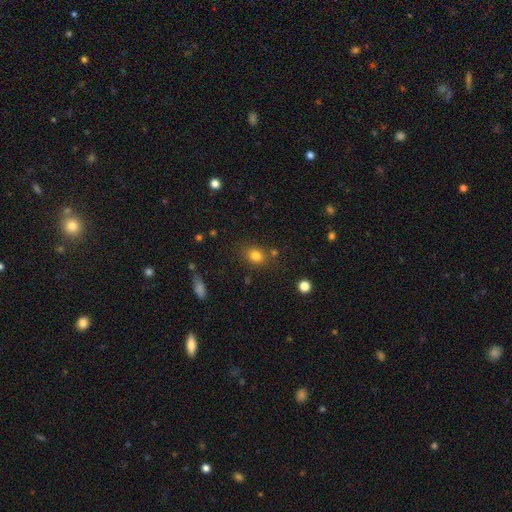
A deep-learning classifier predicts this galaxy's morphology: smooth 80%, star or artifact 13%, featured or disk 8%. Down the decision tree: how rounded — in between (54%); merging — none (74%).